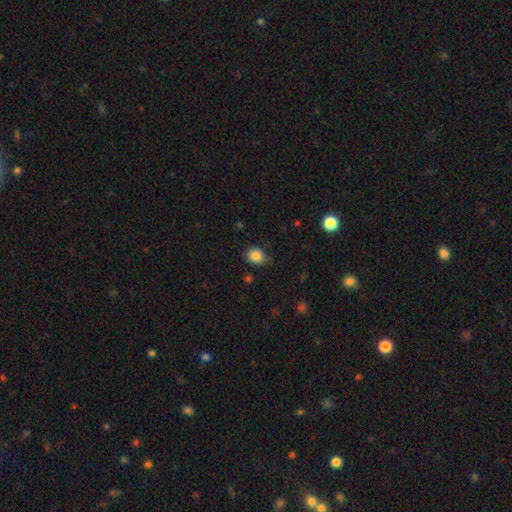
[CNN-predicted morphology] Smooth or featured: smooth — 86% (star or artifact — 10%)
How rounded: round — 67% (in between — 32%)
Merging: none — 77% (minor disturbance — 18%)